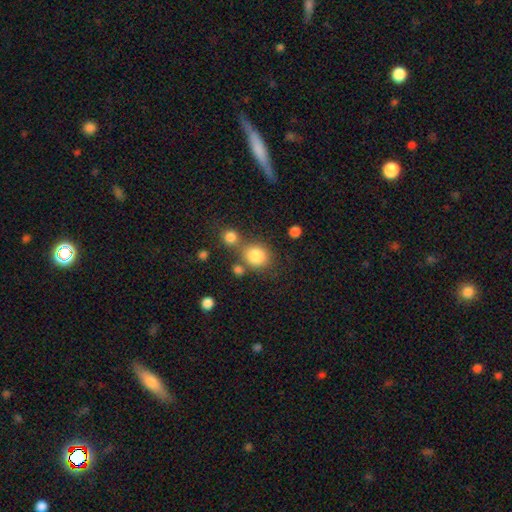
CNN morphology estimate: The model was most divided on "merging": none: 59%, merger: 24%, minor disturbance: 12%, major disturbance: 5%. More confident: smooth or featured — smooth (84%); how rounded — round (80%).